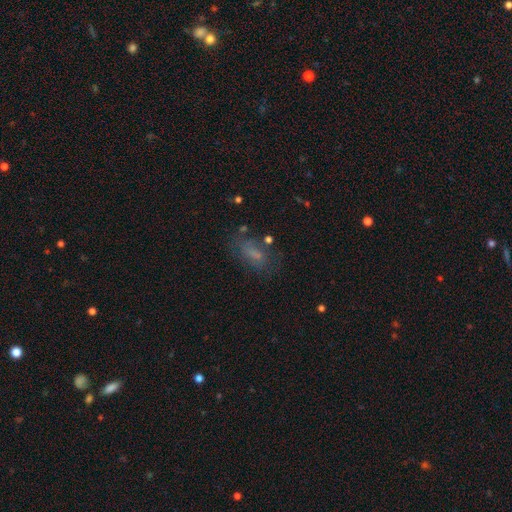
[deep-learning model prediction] A smooth galaxy with no disk features (53%) that is in between round and cigar-shaped (81%).

Vote fractions:
- Smooth or featured? smooth: 53% / featured or disk: 24% / star or artifact: 23%
- How rounded? in between: 81% / cigar-shaped: 11% / round: 8%
- Merging? none: 65% / minor disturbance: 19% / major disturbance: 12% / merger: 5%